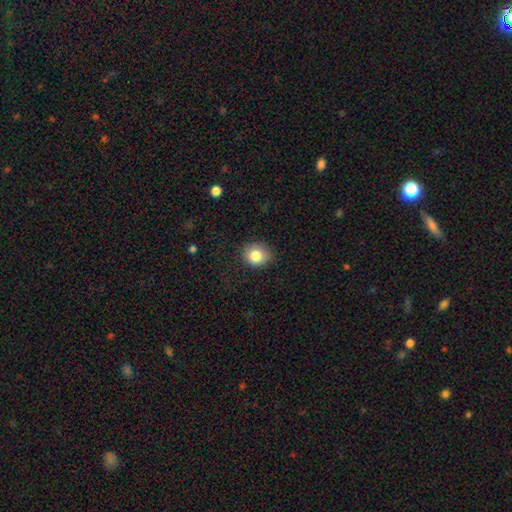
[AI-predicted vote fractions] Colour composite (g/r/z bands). It shows a smooth galaxy with no disk features (83%) that is round (78%). Merging: none (83%).